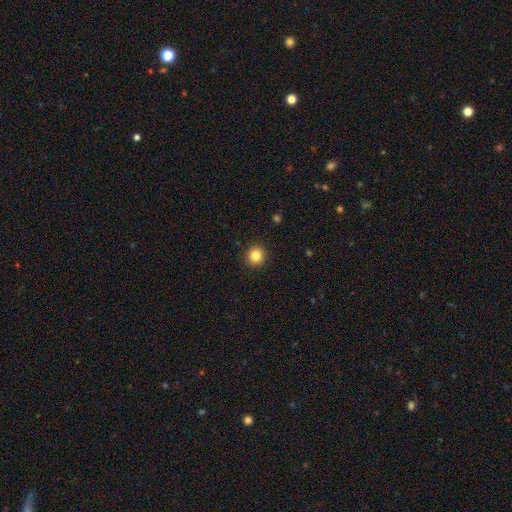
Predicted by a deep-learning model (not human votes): Morphology: type=smooth (84%); roundness=round (94%); merging=none (93%).